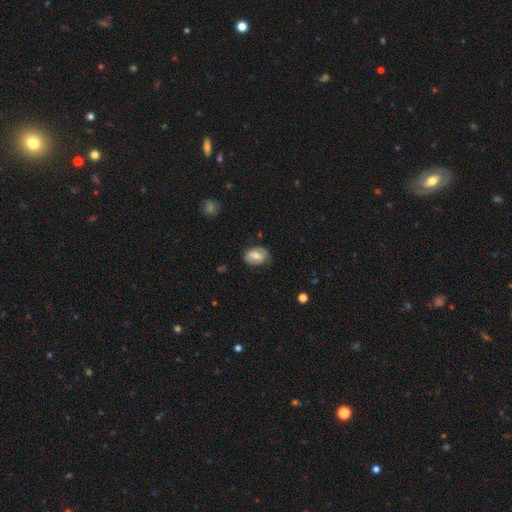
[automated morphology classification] Overall: smooth (54%; featured or disk 38%). How rounded: in between (75%). Merging: none (64%; minor disturbance 26%).